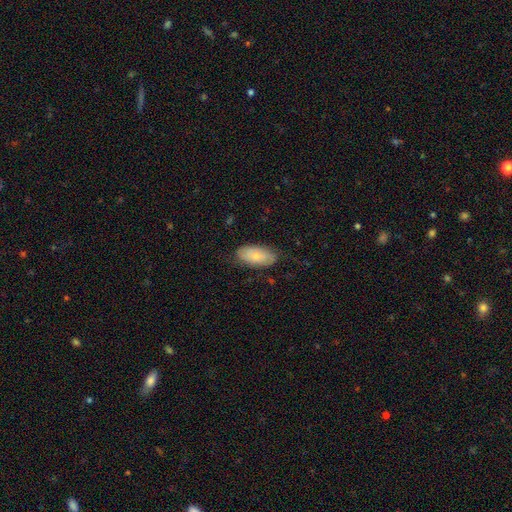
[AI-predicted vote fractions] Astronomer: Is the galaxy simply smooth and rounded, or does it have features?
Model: smooth — 68%.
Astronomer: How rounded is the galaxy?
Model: in between — 92%.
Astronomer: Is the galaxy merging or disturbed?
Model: none — 76%.